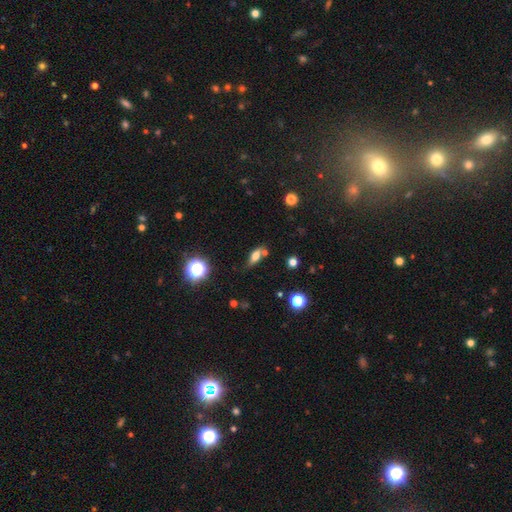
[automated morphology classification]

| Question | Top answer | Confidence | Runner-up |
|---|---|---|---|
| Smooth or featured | smooth | 61% | featured or disk (27%) |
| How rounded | in between | 65% | cigar-shaped (26%) |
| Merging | none | 62% | minor disturbance (18%) |